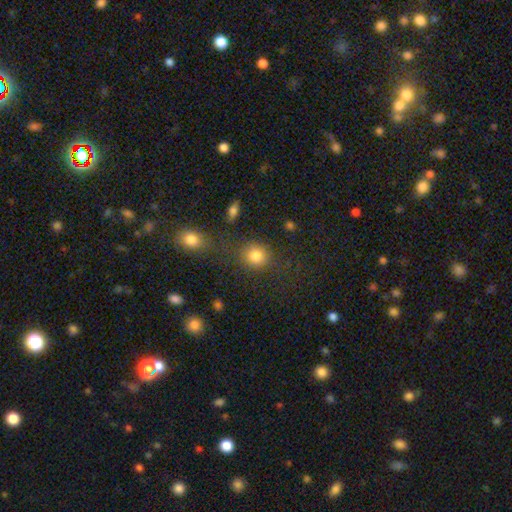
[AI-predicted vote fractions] smooth_or_featured: smooth (p=0.81) [alt: star or artifact p=0.12]
how_rounded: round (p=0.82) [alt: in between p=0.16]
merging: none (p=0.72) [alt: minor disturbance p=0.11]